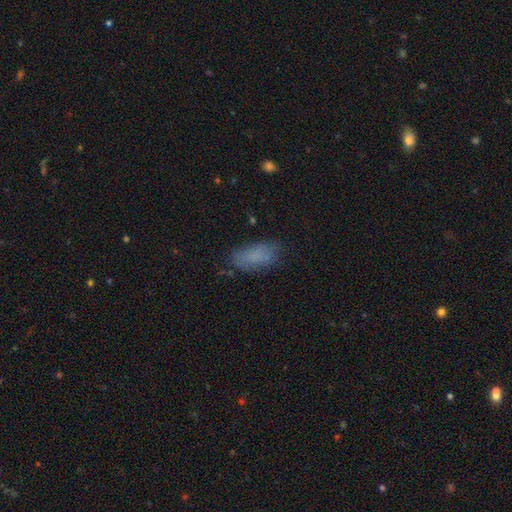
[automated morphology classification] Smooth or featured: smooth — 77% (featured or disk — 12%)
How rounded: in between — 85% (cigar-shaped — 12%)
Merging: none — 70% (minor disturbance — 20%)